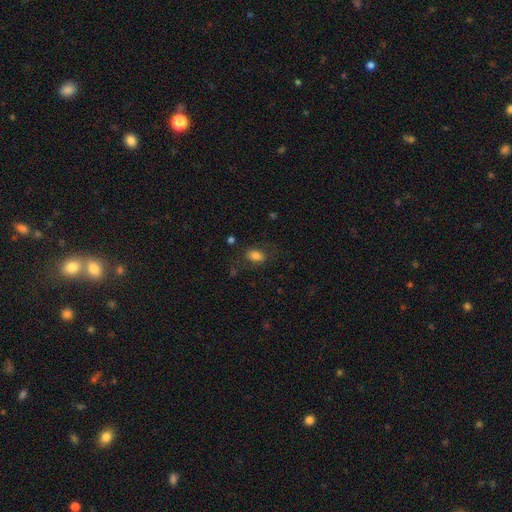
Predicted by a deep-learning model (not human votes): Smooth or featured?
  - smooth: 80% *
  - star or artifact: 11%
  - featured or disk: 9%
How rounded?
  - in between: 80% *
  - round: 18%
  - cigar-shaped: 2%
Merging?
  - none: 75% *
  - minor disturbance: 16%
  - major disturbance: 8%
  - merger: 2%